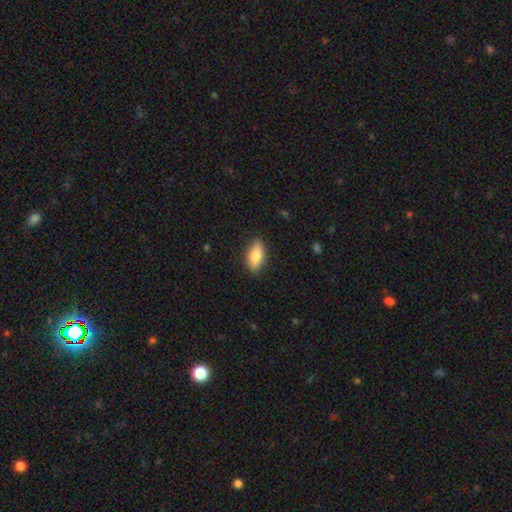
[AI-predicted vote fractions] A smooth galaxy with no disk features (80%) that is in between round and cigar-shaped (84%).

Vote fractions:
- Smooth or featured? smooth: 80% / featured or disk: 14% / star or artifact: 7%
- How rounded? in between: 84% / cigar-shaped: 12% / round: 3%
- Merging? none: 84% / minor disturbance: 12% / major disturbance: 3% / merger: 1%